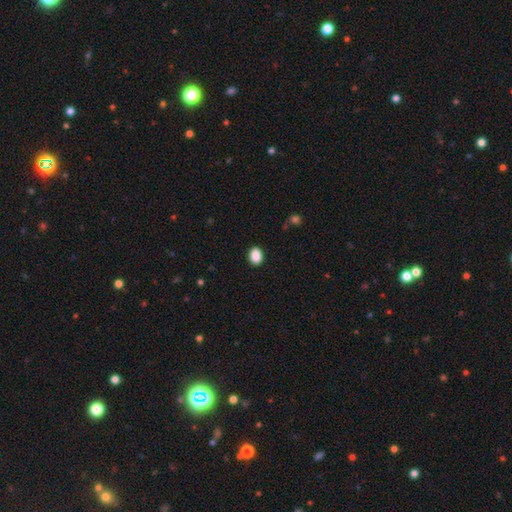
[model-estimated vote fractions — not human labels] Morphology: type=smooth (90%); roundness=in between (72%); merging=none (89%).